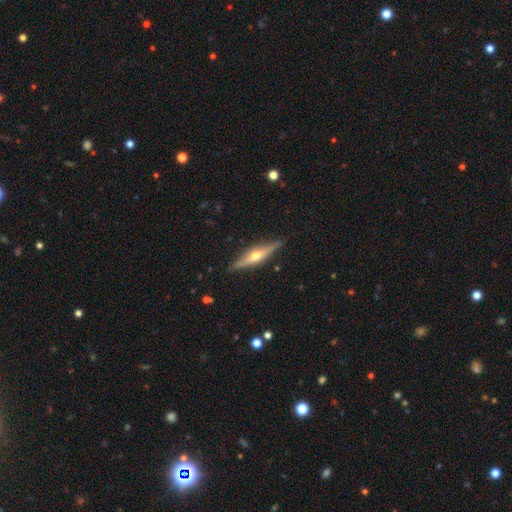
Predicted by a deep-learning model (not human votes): Q: Smooth or featured?
A: featured or disk (72%); runner-up: smooth (22%)
Q: Edge-on disk?
A: yes (96%); runner-up: no (4%)
Q: Edge-on bulge?
A: rounded (91%); runner-up: boxy (5%)
Q: Merging?
A: none (88%); runner-up: minor disturbance (9%)